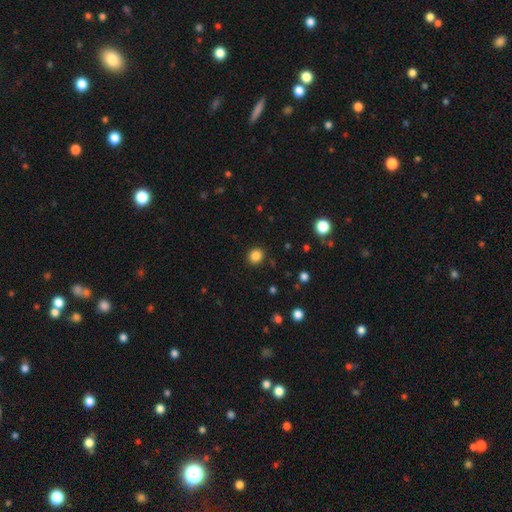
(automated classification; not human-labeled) smooth-or-featured: smooth: 85% | star or artifact: 11% | featured or disk: 4%
  how-rounded: round: 75% | in between: 24% | cigar-shaped: 1%
  merging: none: 90% | minor disturbance: 6% | major disturbance: 2% | merger: 1%